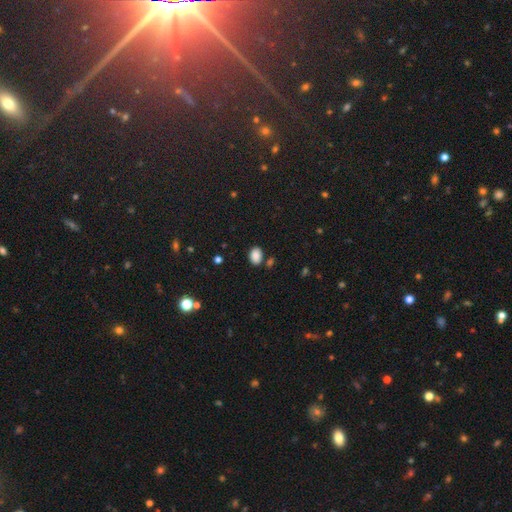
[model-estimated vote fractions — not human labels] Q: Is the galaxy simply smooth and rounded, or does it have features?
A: smooth — 87%.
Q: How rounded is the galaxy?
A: in between — 81%.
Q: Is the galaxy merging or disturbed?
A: none — 79%.